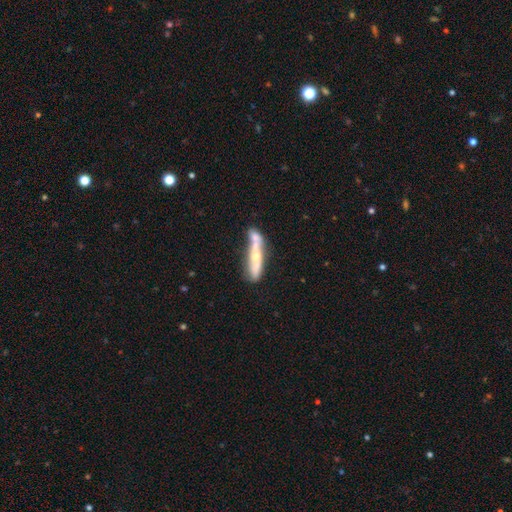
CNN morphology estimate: Smooth or featured?
  - featured or disk: 57% *
  - smooth: 37%
  - star or artifact: 6%
Edge-on disk?
  - yes: 70% *
  - no: 30%
Merging?
  - none: 40% *
  - merger: 33%
  - minor disturbance: 19%
  - major disturbance: 9%